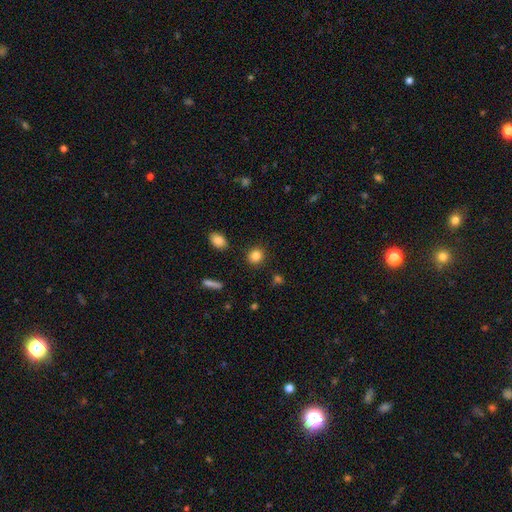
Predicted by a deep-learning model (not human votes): smooth-or-featured: smooth: 85% | star or artifact: 10% | featured or disk: 5%
  how-rounded: round: 82% | in between: 17% | cigar-shaped: 1%
  merging: none: 89% | minor disturbance: 7% | major disturbance: 2% | merger: 2%